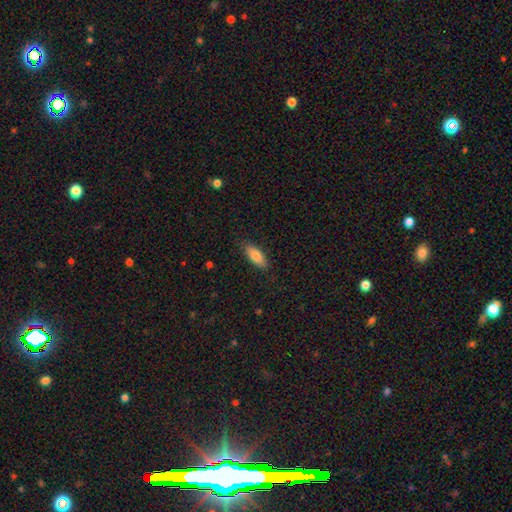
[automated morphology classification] Smooth or featured?
  - smooth: 83% *
  - featured or disk: 11%
  - star or artifact: 6%
How rounded?
  - in between: 74% *
  - cigar-shaped: 24%
  - round: 2%
Merging?
  - none: 86% *
  - minor disturbance: 11%
  - major disturbance: 2%
  - merger: 1%